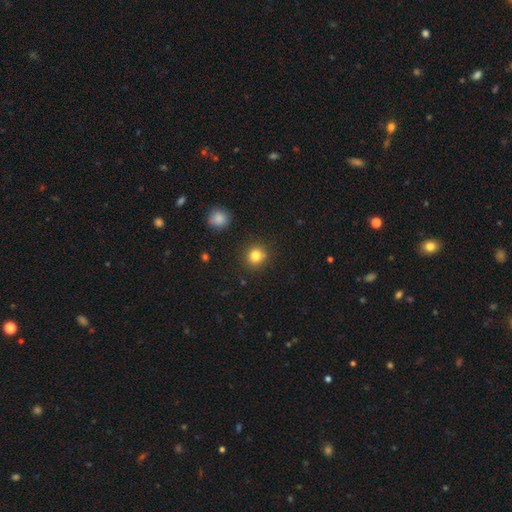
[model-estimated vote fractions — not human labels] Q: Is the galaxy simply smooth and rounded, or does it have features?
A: smooth — 83%.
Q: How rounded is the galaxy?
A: round — 90%.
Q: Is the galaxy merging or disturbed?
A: none — 89%.